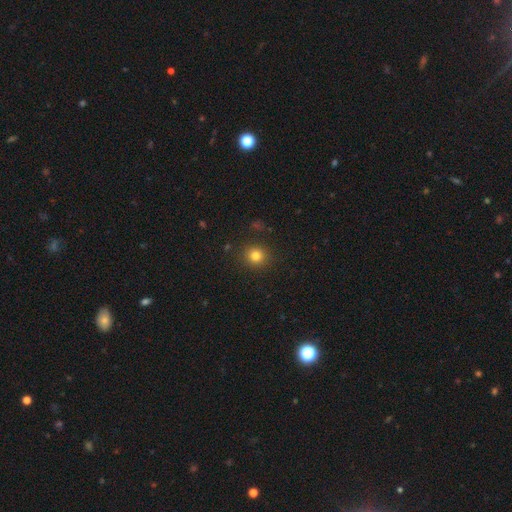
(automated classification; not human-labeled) Overall: smooth (80%). How rounded: round (88%). Merging: none (89%).